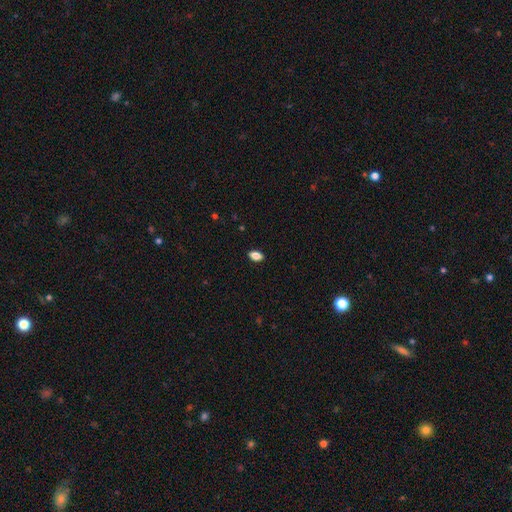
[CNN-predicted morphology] This appears to be a smooth galaxy with no disk features (85%) that is in between round and cigar-shaped (89%). Merging: none (89%).